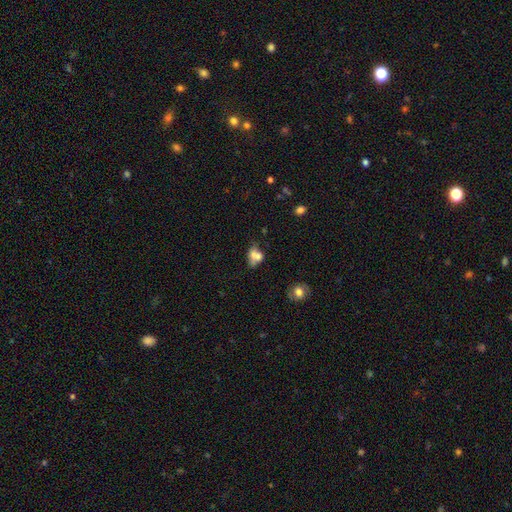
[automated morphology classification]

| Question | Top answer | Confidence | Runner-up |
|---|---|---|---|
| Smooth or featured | smooth | 62% | featured or disk (26%) |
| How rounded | in between | 62% | round (35%) |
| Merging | merger | 50% | none (28%) |